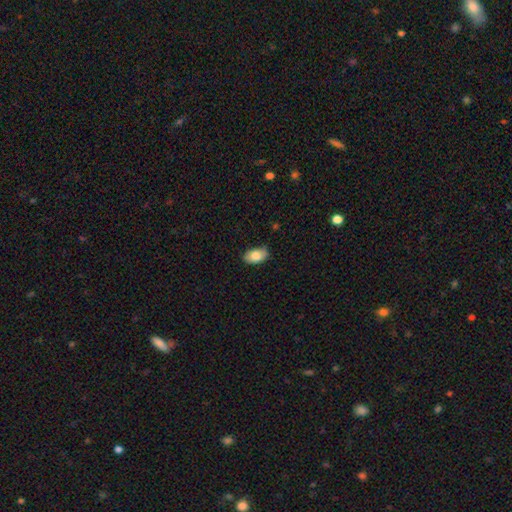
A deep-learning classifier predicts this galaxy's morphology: smooth_or_featured: smooth (p=0.81) [alt: featured or disk p=0.12]
how_rounded: in between (p=0.92) [alt: round p=0.06]
merging: none (p=0.74) [alt: minor disturbance p=0.21]